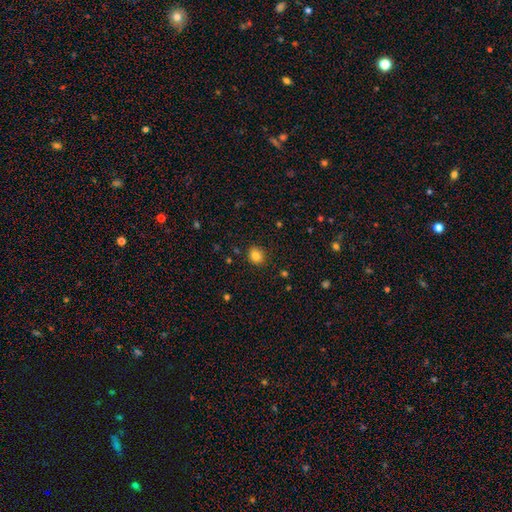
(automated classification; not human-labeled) The model was most divided on "how rounded": round: 77%, in between: 23%, cigar-shaped: 1%. More confident: merging — none (88%); smooth or featured — smooth (83%).